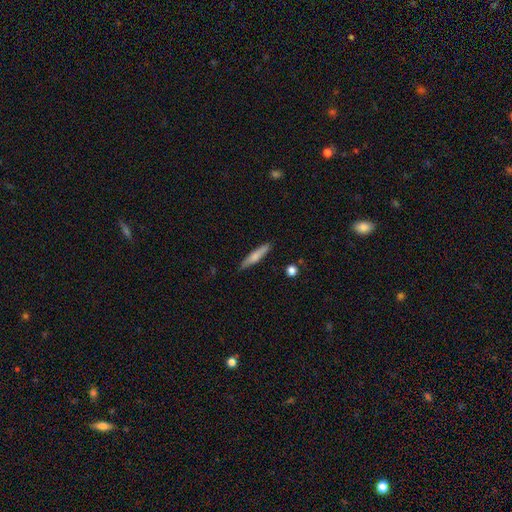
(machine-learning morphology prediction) Overall: smooth (68%). How rounded: cigar-shaped (89%). Merging: none (85%).